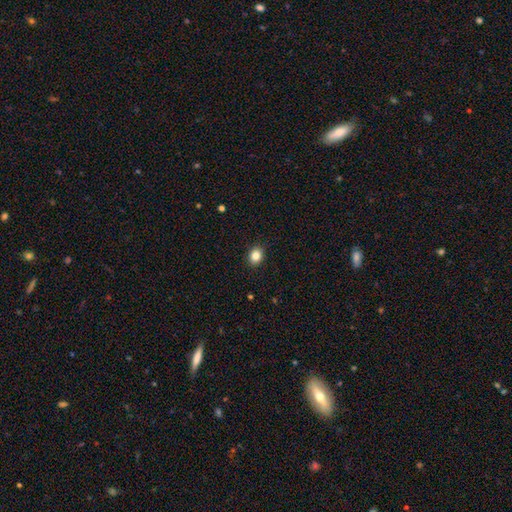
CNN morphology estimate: Q: Smooth or featured?
A: smooth (85%); runner-up: star or artifact (10%)
Q: How rounded?
A: round (53%); runner-up: in between (46%)
Q: Merging?
A: none (90%); runner-up: minor disturbance (7%)